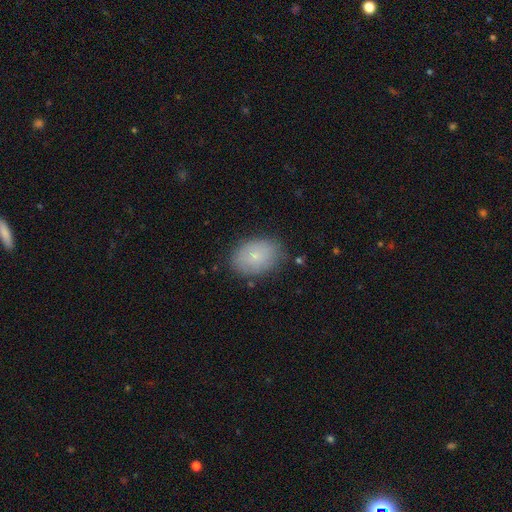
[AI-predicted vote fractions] Smooth or featured? smooth (76%)
How rounded? in between (82%)
Merging? none (78%)